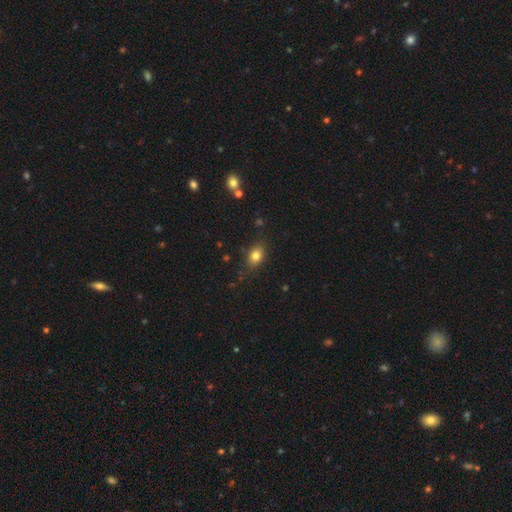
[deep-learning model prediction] Smooth or featured? Predicted: smooth (p=0.80). How rounded? Predicted: in between (p=0.73). Merging? Predicted: none (p=0.81).